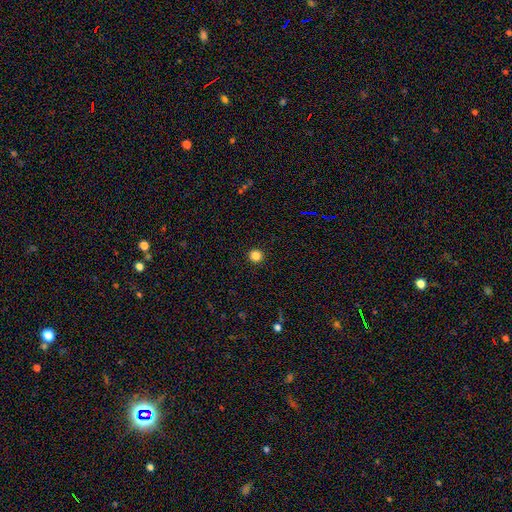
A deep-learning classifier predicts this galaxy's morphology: A smooth galaxy with no disk features (84%) that is round (95%). Merging: none (93%).